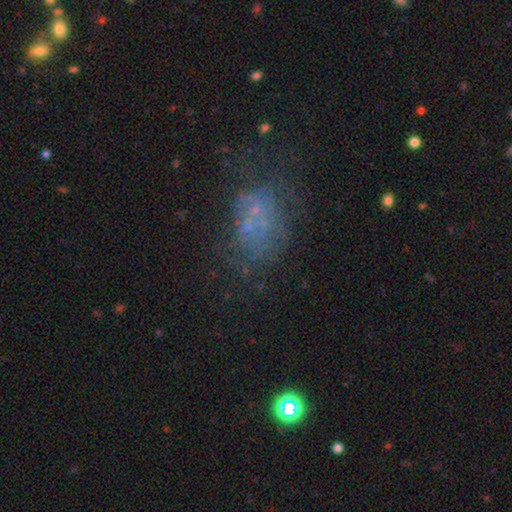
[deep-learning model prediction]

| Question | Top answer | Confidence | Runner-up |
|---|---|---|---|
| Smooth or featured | smooth | 40% | star or artifact (31%) |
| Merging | none | 47% | major disturbance (25%) |